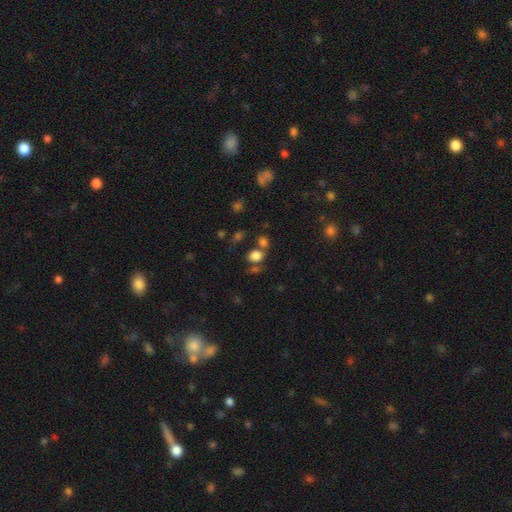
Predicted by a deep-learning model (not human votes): A smooth galaxy with no disk features (80%) that is in between round and cigar-shaped (59%).

Vote fractions:
- Smooth or featured? smooth: 80% / star or artifact: 14% / featured or disk: 7%
- How rounded? in between: 59% / round: 39% / cigar-shaped: 1%
- Merging? none: 57% / merger: 24% / minor disturbance: 12% / major disturbance: 6%